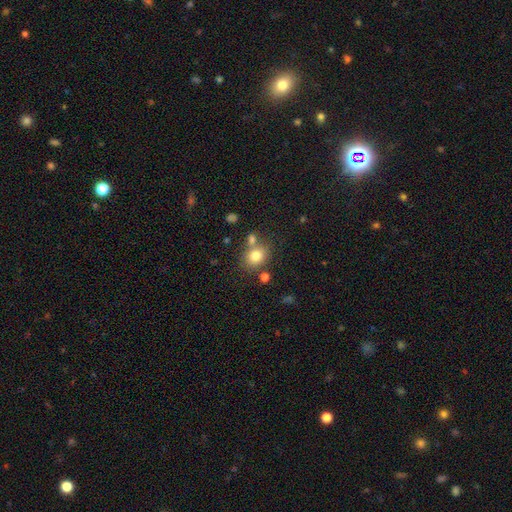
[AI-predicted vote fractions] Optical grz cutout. It shows a smooth galaxy with no disk features (78%) that is round (59%). Merging: none (65%).